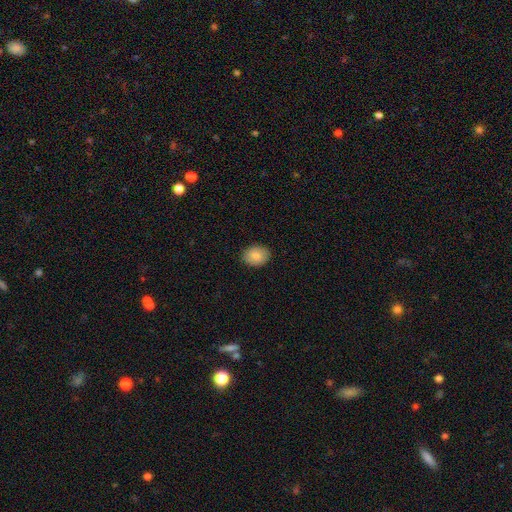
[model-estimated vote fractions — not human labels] This appears to be a smooth galaxy with no disk features (83%) that is in between round and cigar-shaped (59%). Merging: none (88%).